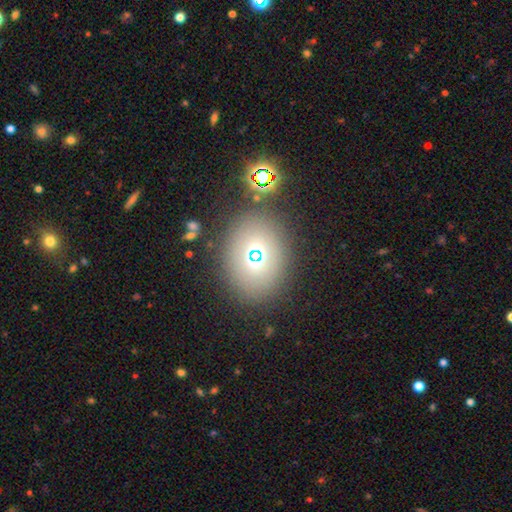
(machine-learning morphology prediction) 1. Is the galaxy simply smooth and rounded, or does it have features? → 59% smooth, 26% star or artifact, 15% featured or disk.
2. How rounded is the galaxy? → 56% round, 43% in between, 2% cigar-shaped.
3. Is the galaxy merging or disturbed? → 83% none, 9% minor disturbance, 5% major disturbance, 4% merger.